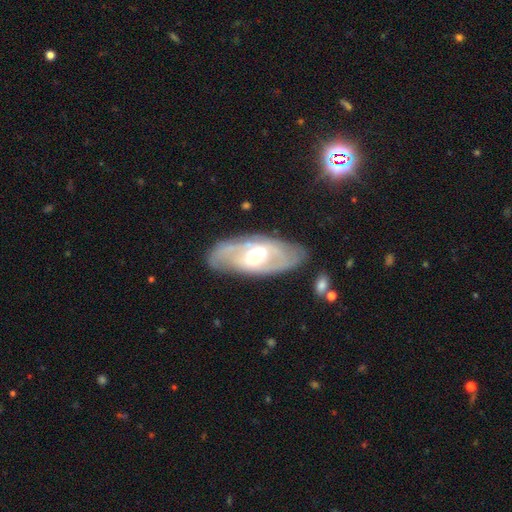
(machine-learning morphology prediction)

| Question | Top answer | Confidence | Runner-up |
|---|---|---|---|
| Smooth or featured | featured or disk | 72% | smooth (23%) |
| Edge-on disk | no | 89% | yes (11%) |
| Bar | weak | 44% | no (30%) |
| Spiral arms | yes | 68% | no (32%) |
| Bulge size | moderate | 66% | small (17%) |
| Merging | none | 78% | minor disturbance (15%) |